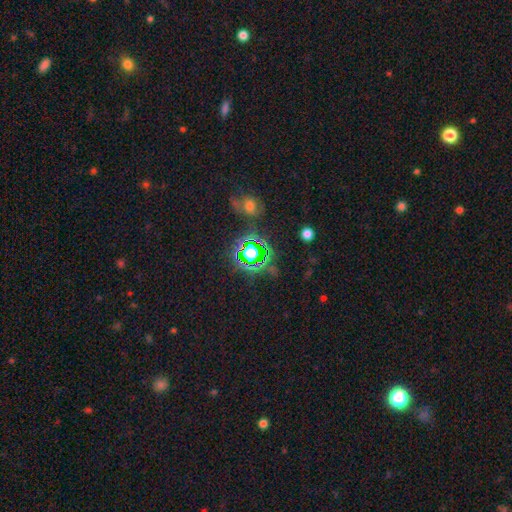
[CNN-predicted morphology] Smooth or featured?
  - star or artifact: 73% *
  - smooth: 17%
  - featured or disk: 10%